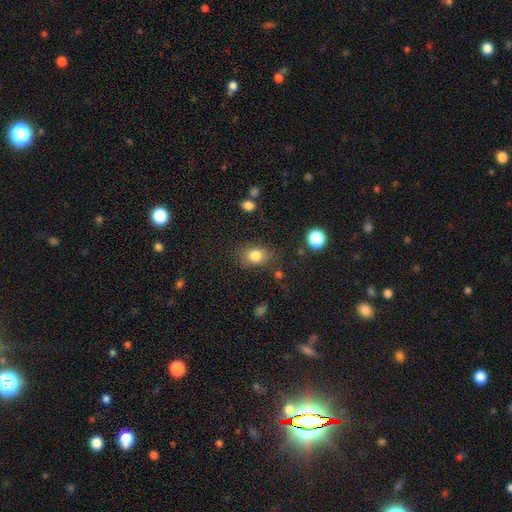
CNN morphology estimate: The model was most divided on "how rounded": in between: 56%, round: 43%, cigar-shaped: 1%. More confident: smooth or featured — smooth (82%); merging — none (75%).